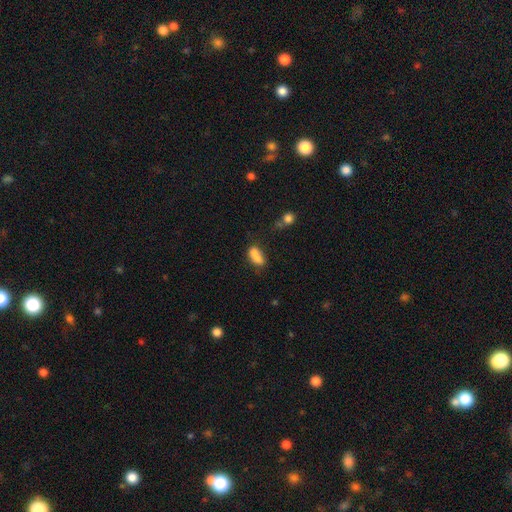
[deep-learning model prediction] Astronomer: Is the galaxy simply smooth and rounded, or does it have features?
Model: smooth — 76%.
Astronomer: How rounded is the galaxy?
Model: in between — 80%.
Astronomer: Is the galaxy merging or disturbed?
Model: none — 38% (runner-up: merger, 33%).